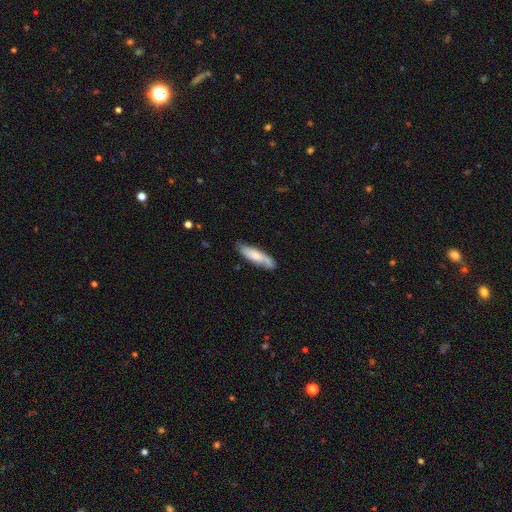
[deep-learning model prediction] Smooth or featured: smooth — 57% (featured or disk — 37%)
How rounded: cigar-shaped — 60% (in between — 38%)
Merging: none — 72% (minor disturbance — 21%)